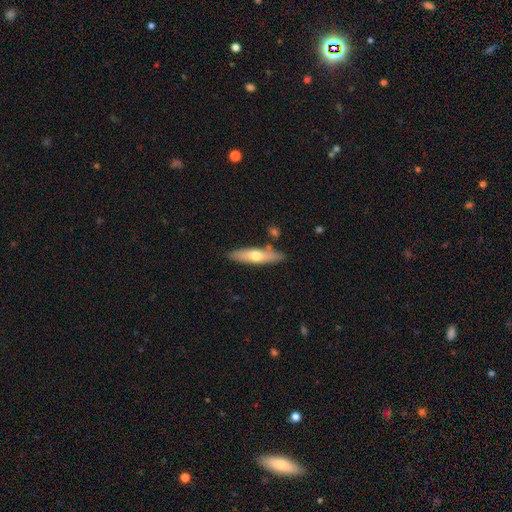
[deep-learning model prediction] smooth_or_featured: smooth (p=0.52) [alt: featured or disk p=0.42]
how_rounded: cigar-shaped (p=0.75) [alt: in between p=0.23]
merging: none (p=0.82) [alt: minor disturbance p=0.11]